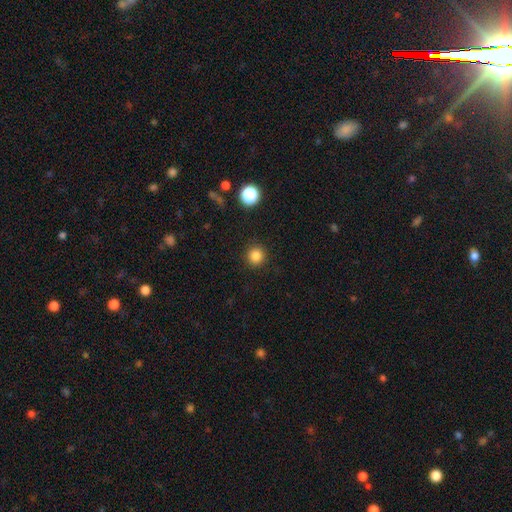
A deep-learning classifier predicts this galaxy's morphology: Smooth or featured?
  - smooth: 84% *
  - star or artifact: 12%
  - featured or disk: 4%
How rounded?
  - round: 94% *
  - in between: 5%
  - cigar-shaped: 1%
Merging?
  - none: 91% *
  - minor disturbance: 5%
  - major disturbance: 2%
  - merger: 1%